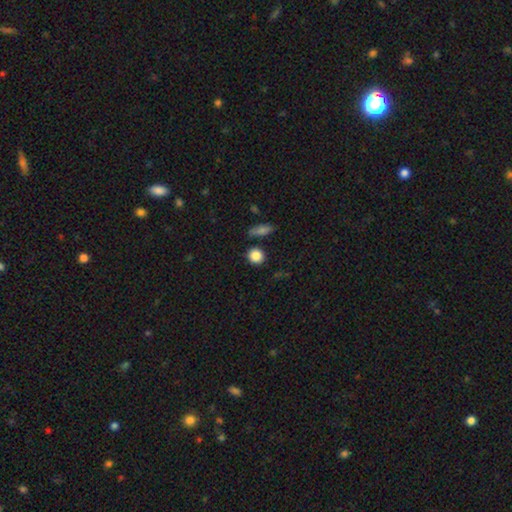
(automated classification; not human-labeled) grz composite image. It shows a smooth galaxy with no disk features (86%) that is round (86%). Merging: none (82%).